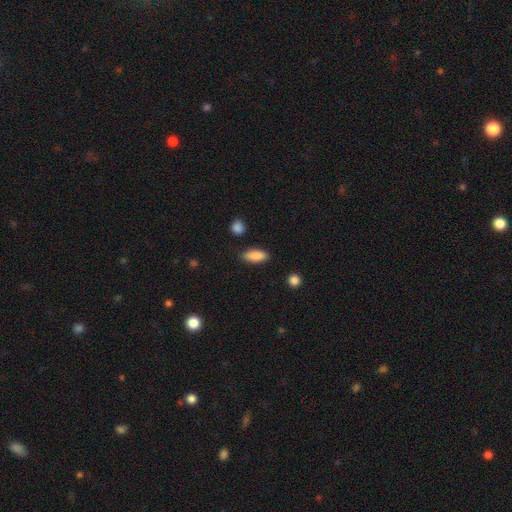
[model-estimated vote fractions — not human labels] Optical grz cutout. It shows a smooth galaxy with no disk features (87%) that is in between round and cigar-shaped (75%). Merging: none (84%).